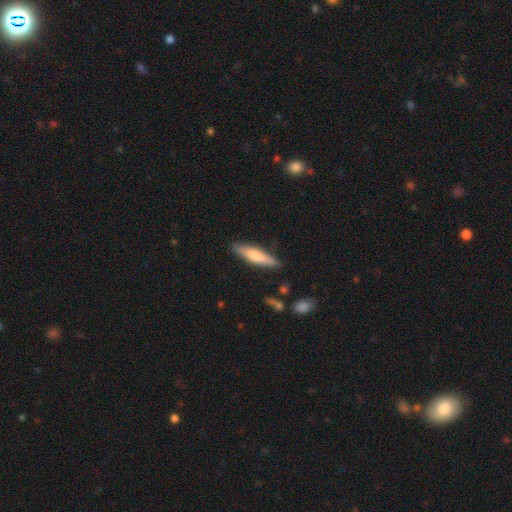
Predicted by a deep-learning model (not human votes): Smooth or featured? Predicted: smooth (p=0.66). How rounded? Predicted: cigar-shaped (p=0.82). Merging? Predicted: none (p=0.85).